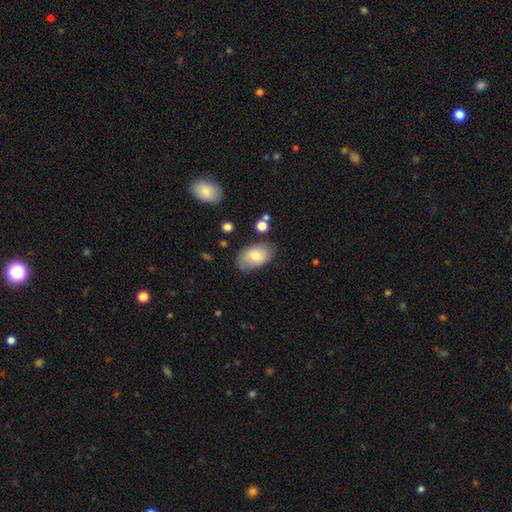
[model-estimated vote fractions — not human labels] A smooth galaxy with no disk features (70%) that is in between round and cigar-shaped (90%).

Vote fractions:
- Smooth or featured? smooth: 70% / featured or disk: 23% / star or artifact: 7%
- How rounded? in between: 90% / round: 8% / cigar-shaped: 1%
- Merging? none: 74% / minor disturbance: 19% / major disturbance: 4% / merger: 3%